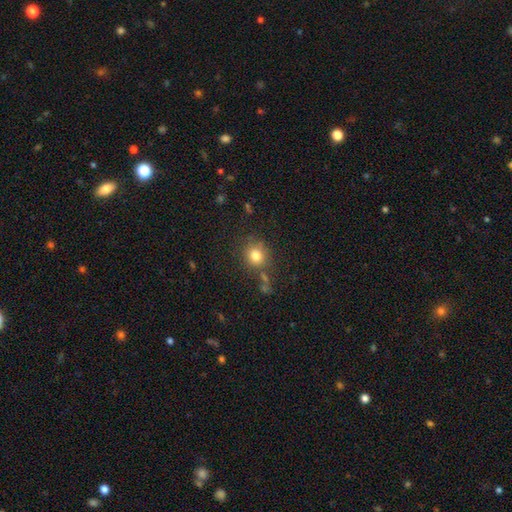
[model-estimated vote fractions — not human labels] Q: Smooth or featured?
A: smooth (80%); runner-up: star or artifact (13%)
Q: How rounded?
A: round (85%); runner-up: in between (14%)
Q: Merging?
A: none (76%); runner-up: minor disturbance (13%)